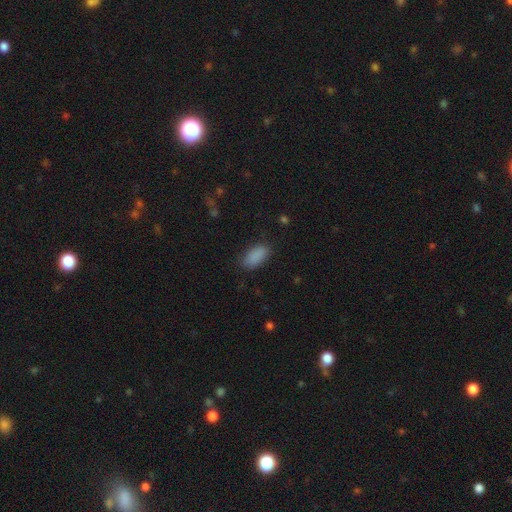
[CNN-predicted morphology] smooth 89%, star or artifact 8%, featured or disk 4%. Down the decision tree: how rounded — in between (91%); merging — none (83%).